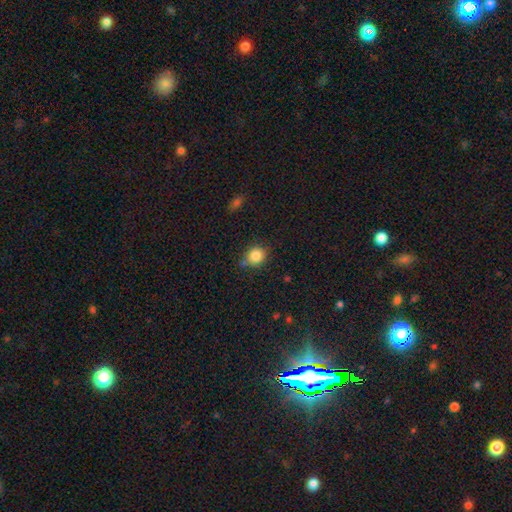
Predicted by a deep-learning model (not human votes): A smooth galaxy with no disk features (85%) that is round (75%).

Vote fractions:
- Smooth or featured? smooth: 85% / star or artifact: 10% / featured or disk: 5%
- How rounded? round: 75% / in between: 24% / cigar-shaped: 1%
- Merging? none: 74% / minor disturbance: 16% / merger: 6% / major disturbance: 4%